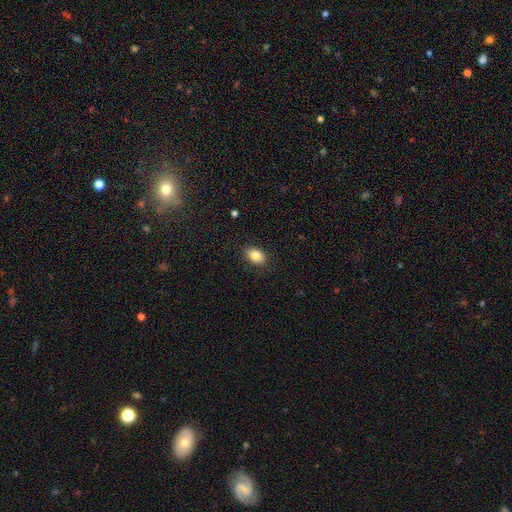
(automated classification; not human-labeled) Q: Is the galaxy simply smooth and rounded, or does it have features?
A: smooth — 85%.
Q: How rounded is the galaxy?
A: in between — 81%.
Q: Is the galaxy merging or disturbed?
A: none — 88%.